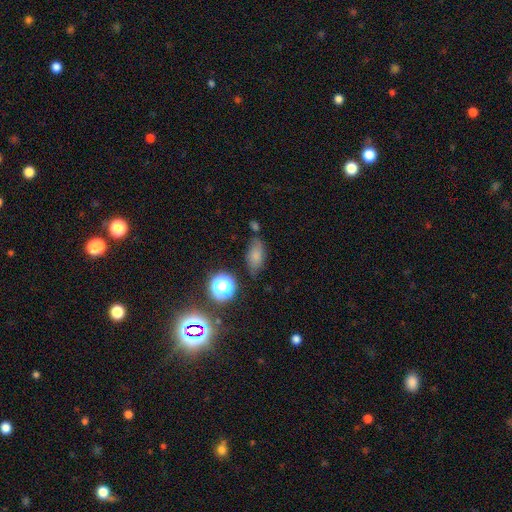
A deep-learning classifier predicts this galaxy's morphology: Q: Smooth or featured?
A: smooth (68%); runner-up: star or artifact (16%)
Q: How rounded?
A: in between (81%); runner-up: round (12%)
Q: Merging?
A: none (60%); runner-up: minor disturbance (25%)